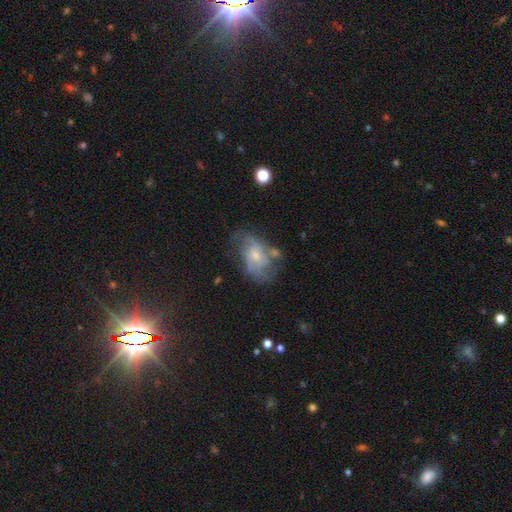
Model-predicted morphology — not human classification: featured or disk 62%, smooth 29%, star or artifact 9%. Down the decision tree: edge-on disk — no (96%); bar — no (64%); spiral arms — yes (72%); bulge size — small (46%); merging — none (44%).